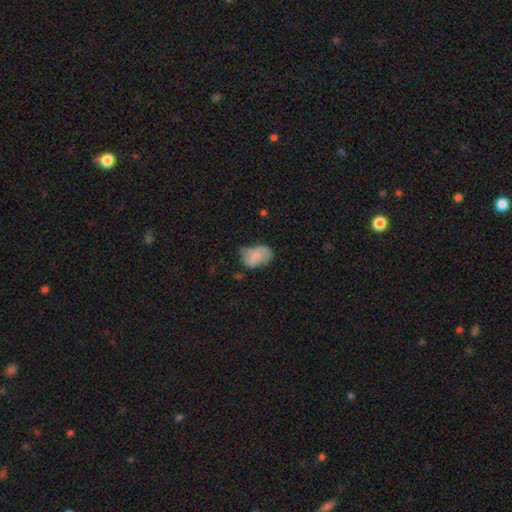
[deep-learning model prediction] This appears to be a smooth galaxy with no disk features (69%) that is in between round and cigar-shaped (87%). Merging: none (40%).